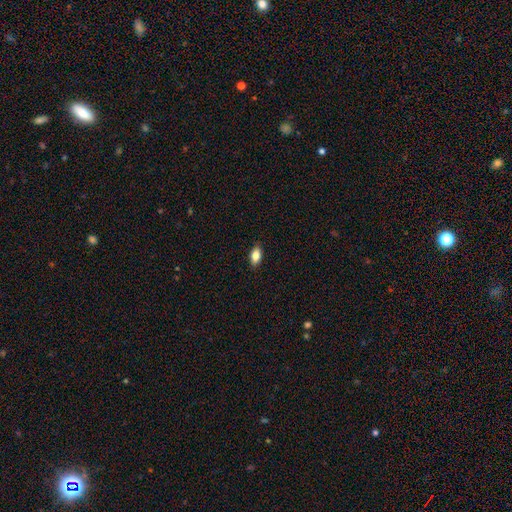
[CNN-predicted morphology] This is clearly a smooth galaxy (83%). How rounded: clearly in between (88%). Merging: clearly none (89%).